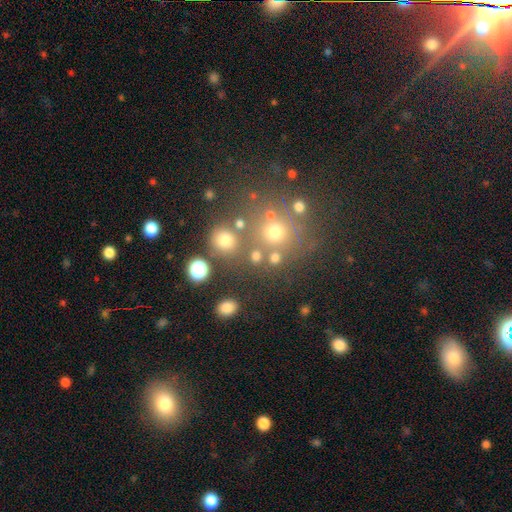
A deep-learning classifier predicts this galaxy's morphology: A smooth galaxy with no disk features (66%) that is round (84%). Merging: none (70%).